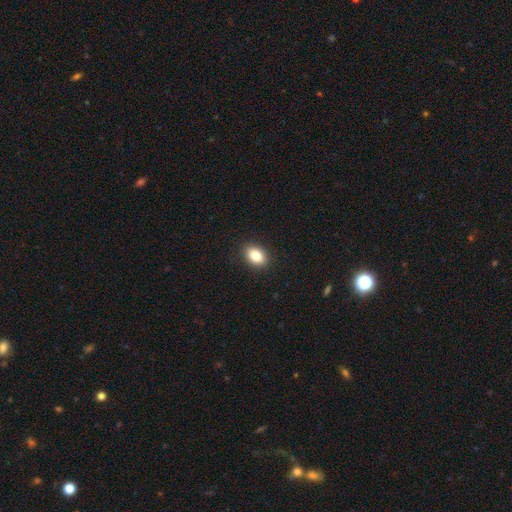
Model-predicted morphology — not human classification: A smooth galaxy with no disk features (84%) that is in between round and cigar-shaped (79%). Merging: none (90%).